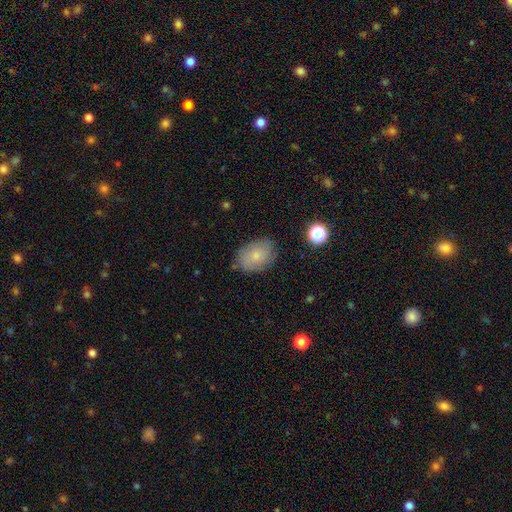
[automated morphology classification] This is likely a smooth galaxy (74%). How rounded: likely in between (78%). Merging: likely none (78%).